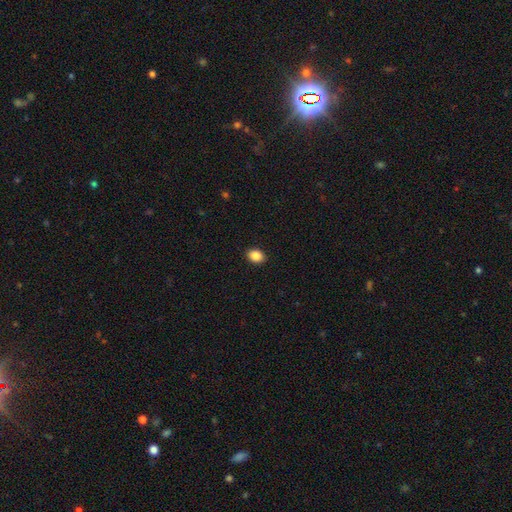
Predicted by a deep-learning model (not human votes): Smooth or featured? smooth (88%)
How rounded? in between (63%)
Merging? none (91%)